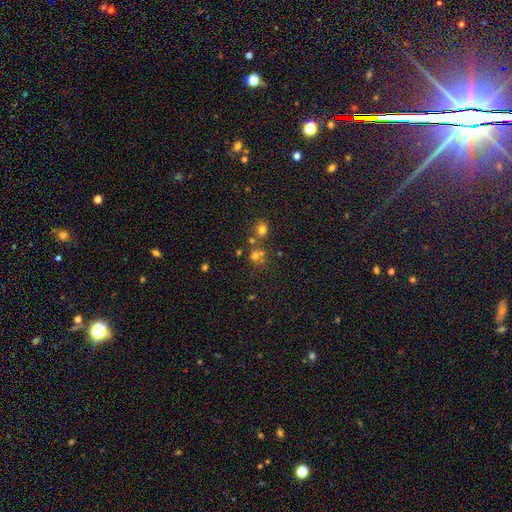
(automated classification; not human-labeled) This is likely a smooth galaxy (62%). How rounded: clearly round (82%). Merging: possibly none (53%).